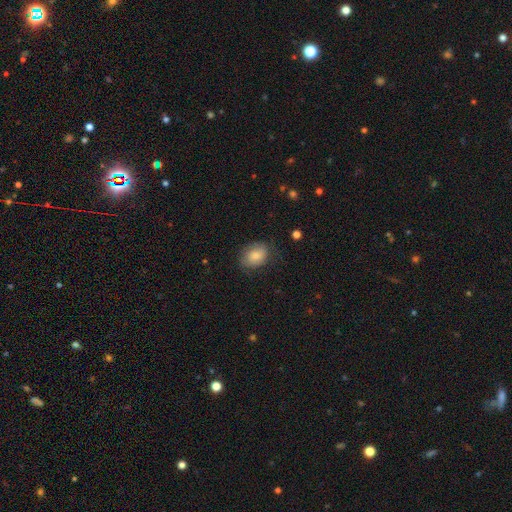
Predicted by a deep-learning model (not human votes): Smooth or featured: smooth — 80% (featured or disk — 12%)
How rounded: in between — 68% (round — 31%)
Merging: none — 72% (minor disturbance — 21%)